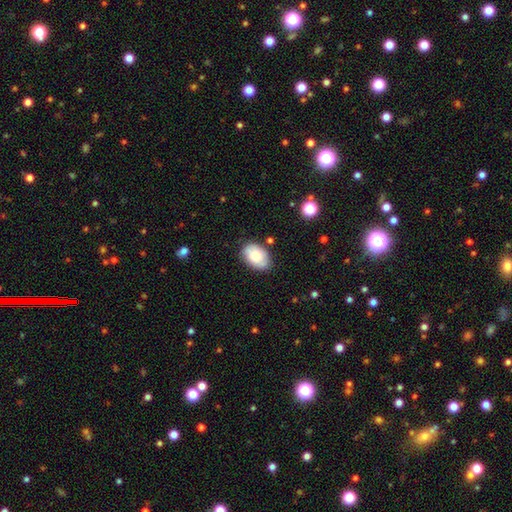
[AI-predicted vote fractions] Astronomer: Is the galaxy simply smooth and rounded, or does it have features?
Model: smooth — 79%.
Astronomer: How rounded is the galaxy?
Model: in between — 88%.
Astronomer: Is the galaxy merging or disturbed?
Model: none — 80%.